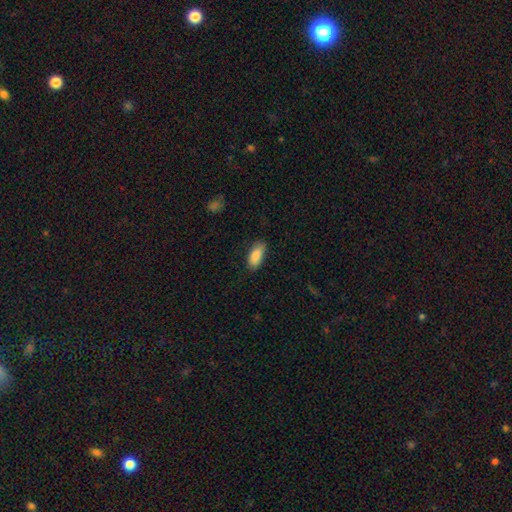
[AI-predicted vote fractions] Smooth or featured? smooth (89%)
How rounded? in between (87%)
Merging? none (83%)